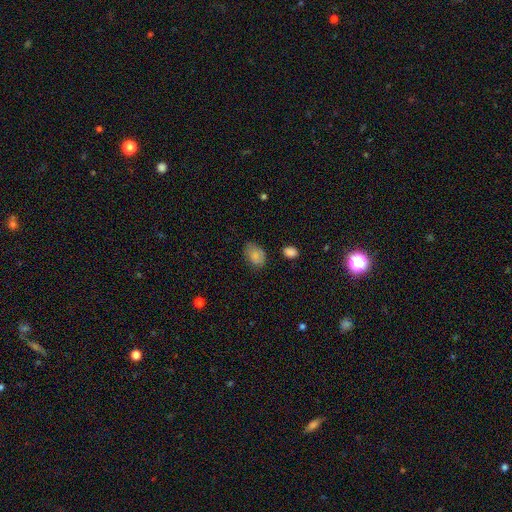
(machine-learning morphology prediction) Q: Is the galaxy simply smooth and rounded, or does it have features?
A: smooth — 82%.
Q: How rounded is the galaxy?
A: in between — 82%.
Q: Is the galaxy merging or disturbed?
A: none — 66%.